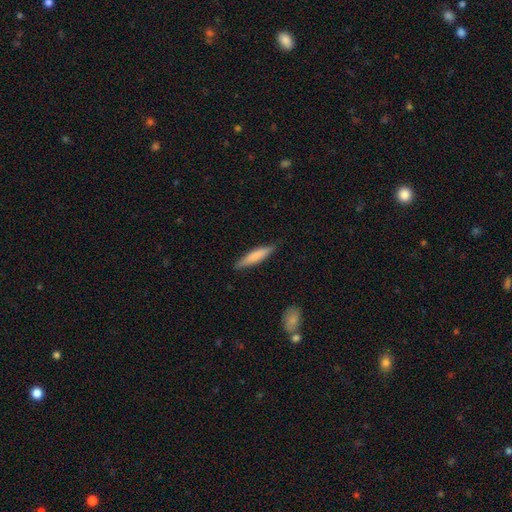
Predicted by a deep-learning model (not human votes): Smooth or featured?
  - smooth: 74% *
  - featured or disk: 21%
  - star or artifact: 5%
How rounded?
  - cigar-shaped: 85% *
  - in between: 14%
  - round: 1%
Merging?
  - none: 86% *
  - minor disturbance: 11%
  - major disturbance: 2%
  - merger: 1%